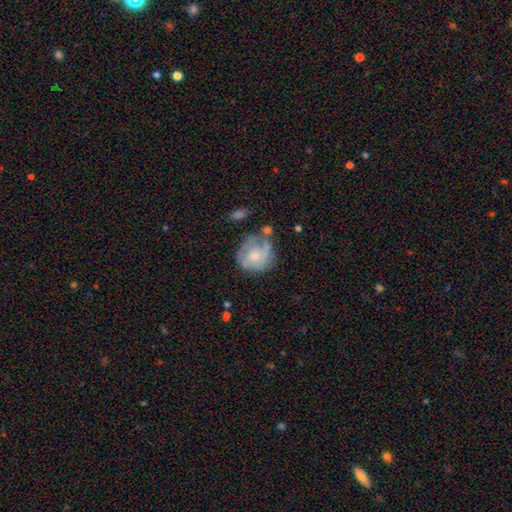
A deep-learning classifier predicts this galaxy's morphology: Smooth or featured? featured or disk (50%)
Edge-on disk? no (97%)
Merging? none (48%)